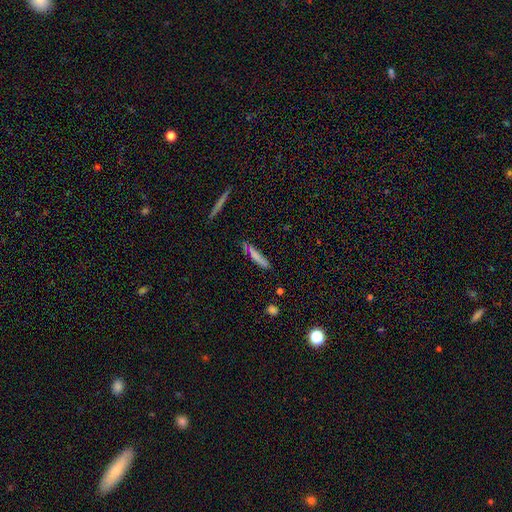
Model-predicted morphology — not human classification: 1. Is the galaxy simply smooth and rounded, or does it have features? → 73% smooth, 19% featured or disk, 8% star or artifact.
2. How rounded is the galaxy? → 88% cigar-shaped, 10% in between, 2% round.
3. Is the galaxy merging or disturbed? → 75% none, 18% minor disturbance, 4% major disturbance, 4% merger.